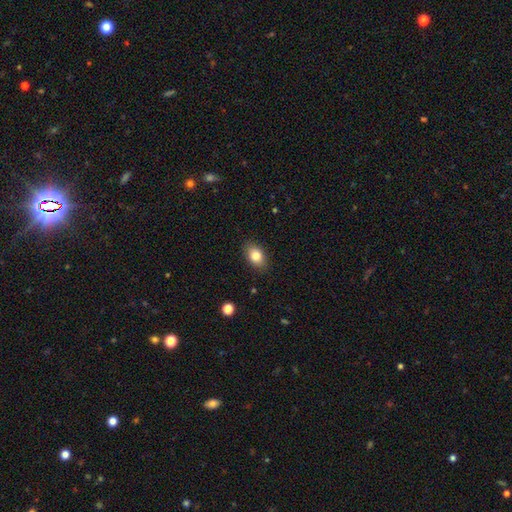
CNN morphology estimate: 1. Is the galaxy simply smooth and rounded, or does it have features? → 83% smooth, 9% featured or disk, 8% star or artifact.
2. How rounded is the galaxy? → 84% in between, 15% round, 2% cigar-shaped.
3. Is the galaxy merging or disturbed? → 87% none, 10% minor disturbance, 2% major disturbance, 1% merger.